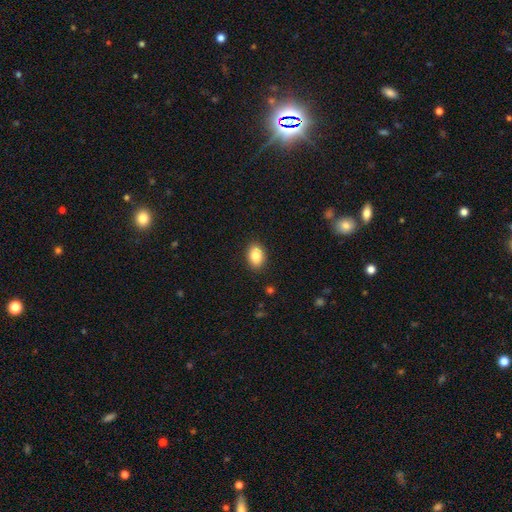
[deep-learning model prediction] Smooth or featured? smooth (85%)
How rounded? in between (84%)
Merging? none (90%)